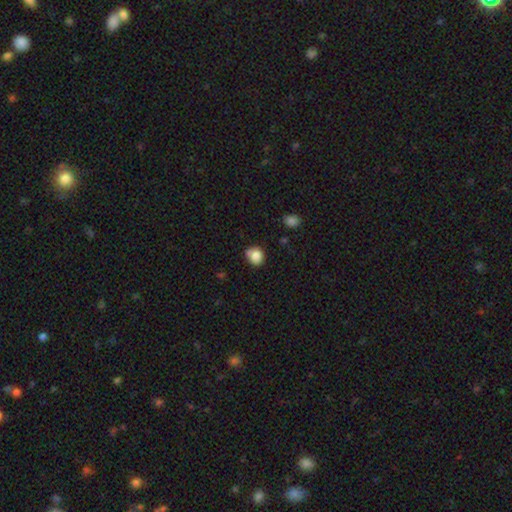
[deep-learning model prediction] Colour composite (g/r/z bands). It shows a smooth galaxy with no disk features (82%) that is round (73%). Merging: none (60%).